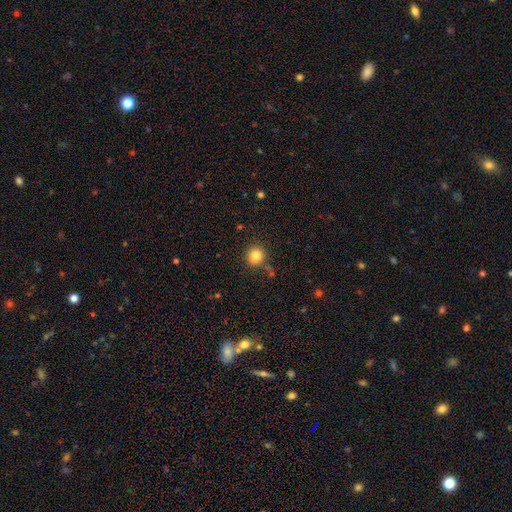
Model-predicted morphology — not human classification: This appears to be a smooth galaxy with no disk features (81%) that is round (87%). Merging: none (84%).